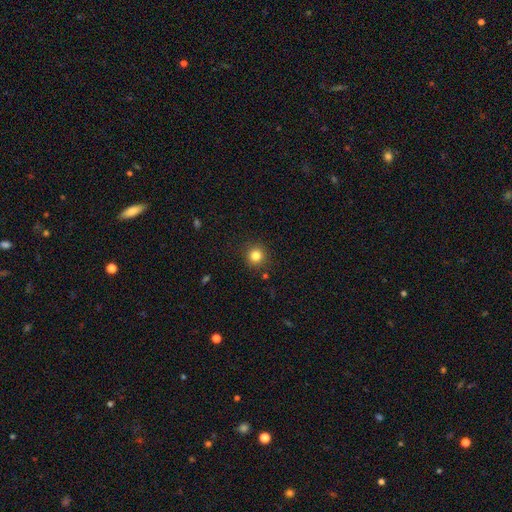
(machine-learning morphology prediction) A smooth galaxy with no disk features (82%) that is round (93%).

Vote fractions:
- Smooth or featured? smooth: 82% / star or artifact: 13% / featured or disk: 6%
- How rounded? round: 93% / in between: 6% / cigar-shaped: 1%
- Merging? none: 90% / minor disturbance: 7% / major disturbance: 2% / merger: 2%